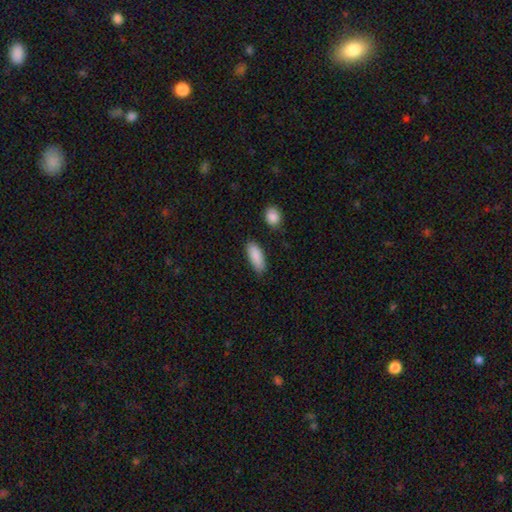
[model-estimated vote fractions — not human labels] smooth-or-featured: smooth: 89% | star or artifact: 6% | featured or disk: 5%
  how-rounded: in between: 76% | cigar-shaped: 22% | round: 2%
  merging: none: 80% | minor disturbance: 14% | merger: 3% | major disturbance: 3%